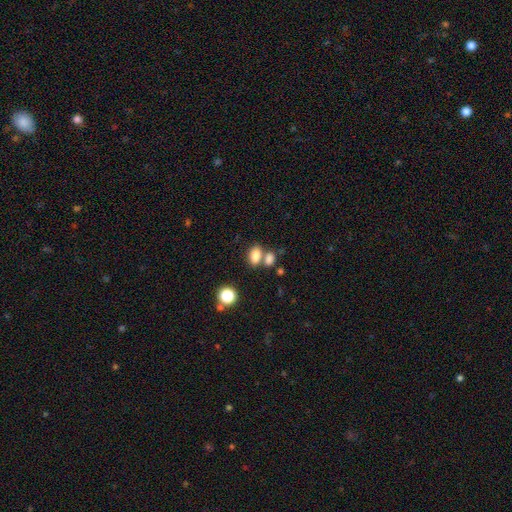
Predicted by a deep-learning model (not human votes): Smooth or featured? smooth (82%)
How rounded? in between (86%)
Merging? none (48%)